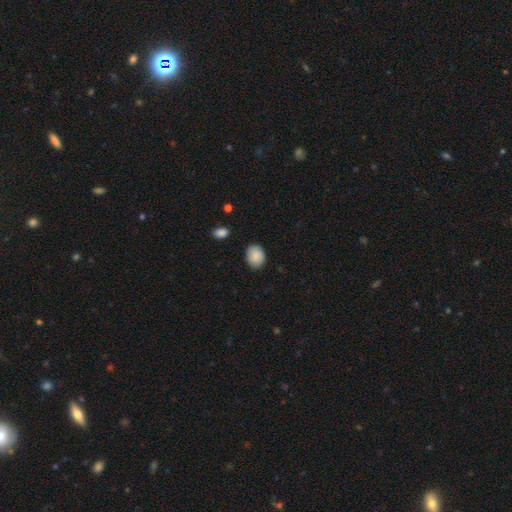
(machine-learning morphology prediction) A smooth galaxy with no disk features (88%) that is in between round and cigar-shaped (55%). Merging: none (83%).